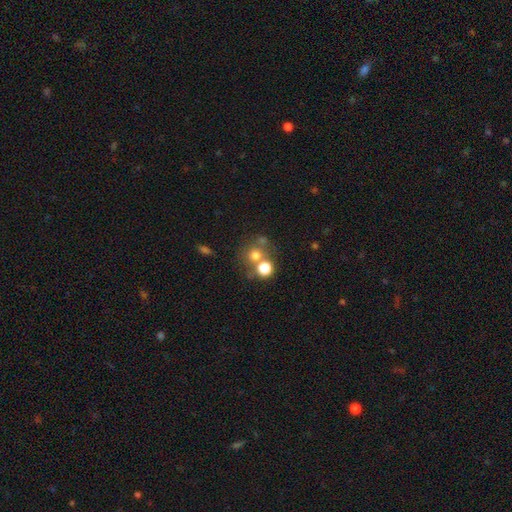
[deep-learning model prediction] Smooth or featured? smooth (68%)
How rounded? round (87%)
Merging? none (55%)